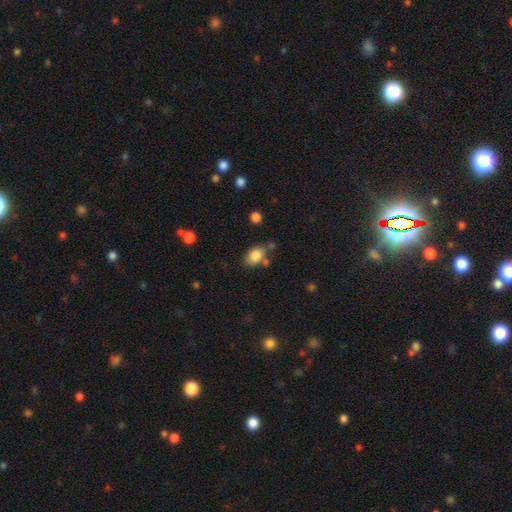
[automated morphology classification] smooth_or_featured: smooth (p=0.84) [alt: star or artifact p=0.08]
how_rounded: in between (p=0.82) [alt: round p=0.17]
merging: none (p=0.65) [alt: minor disturbance p=0.18]